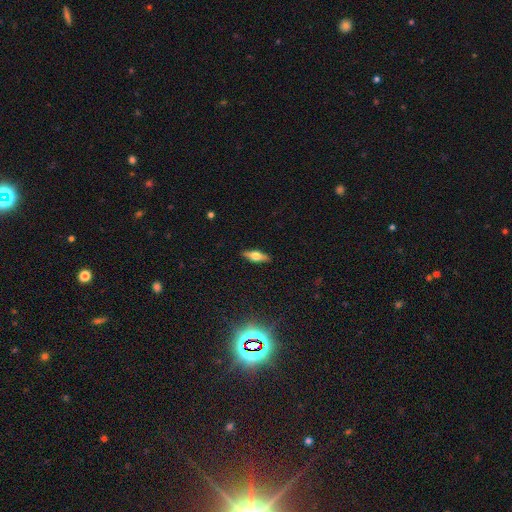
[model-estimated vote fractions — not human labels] Overall: featured or disk (48%; smooth 44%). Merging: none (88%).